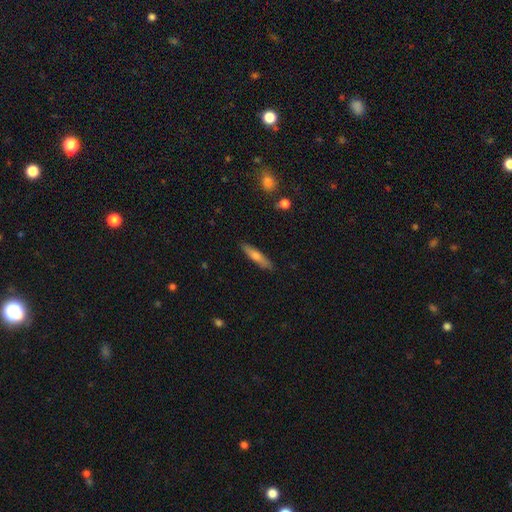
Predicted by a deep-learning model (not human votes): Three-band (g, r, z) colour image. It shows a smooth galaxy with no disk features (56%) that is cigar-shaped (85%). Merging: none (89%).